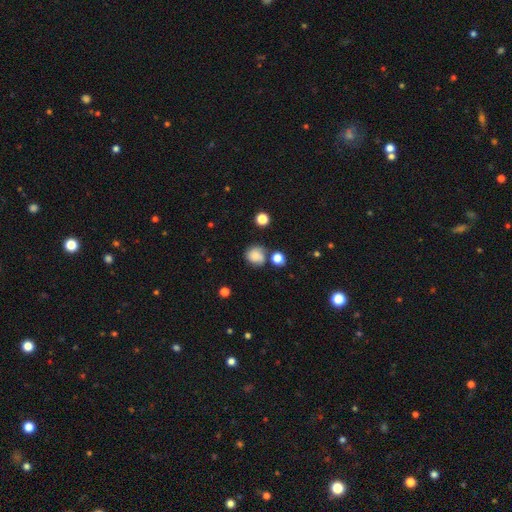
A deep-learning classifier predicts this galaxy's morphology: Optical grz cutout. It shows a smooth galaxy with no disk features (71%) that is round (79%). Merging: none (59%).